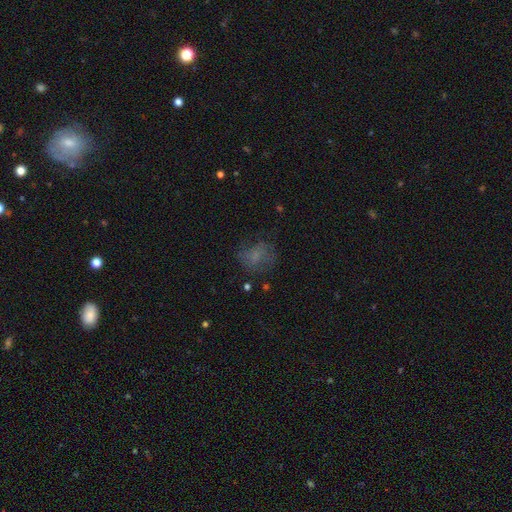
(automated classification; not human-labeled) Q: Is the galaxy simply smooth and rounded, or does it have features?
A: smooth — 54%.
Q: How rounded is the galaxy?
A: round — 58%.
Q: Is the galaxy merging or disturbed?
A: none — 56%.